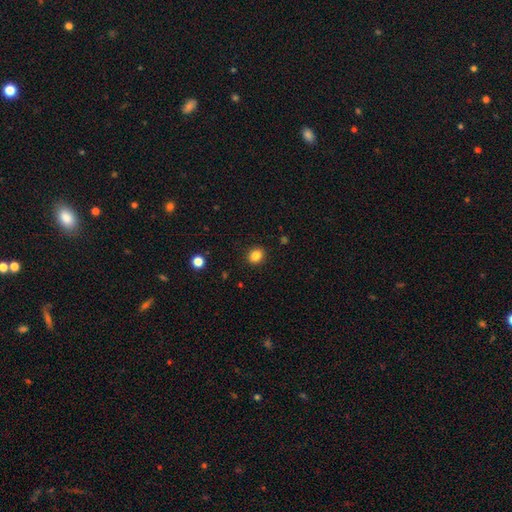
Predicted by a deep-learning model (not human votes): A smooth galaxy with no disk features (84%) that is round (73%).

Vote fractions:
- Smooth or featured? smooth: 84% / star or artifact: 11% / featured or disk: 4%
- How rounded? round: 73% / in between: 27% / cigar-shaped: 1%
- Merging? none: 91% / minor disturbance: 6% / major disturbance: 2% / merger: 1%